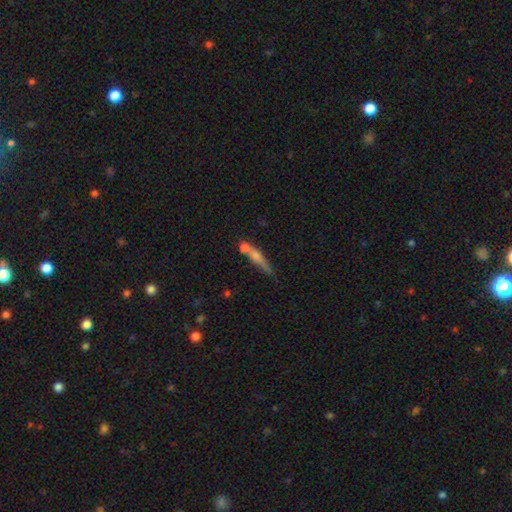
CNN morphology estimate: smooth_or_featured: smooth (p=0.53) [alt: featured or disk p=0.38]
how_rounded: cigar-shaped (p=0.80) [alt: in between p=0.14]
merging: none (p=0.45) [alt: merger p=0.30]